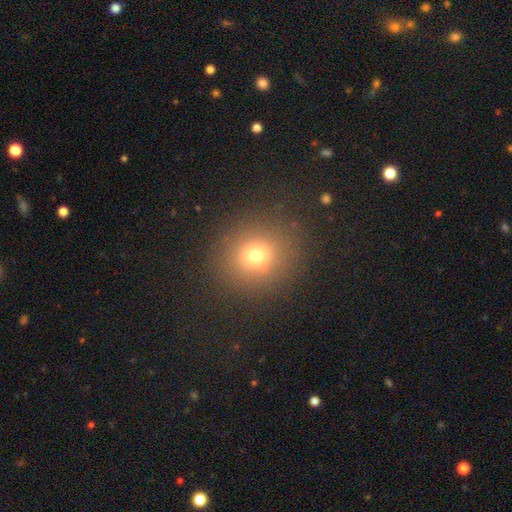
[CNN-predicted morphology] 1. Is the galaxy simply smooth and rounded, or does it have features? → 71% smooth, 19% star or artifact, 10% featured or disk.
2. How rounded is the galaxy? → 84% round, 15% in between, 1% cigar-shaped.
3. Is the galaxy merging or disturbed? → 87% none, 7% minor disturbance, 4% major disturbance, 1% merger.